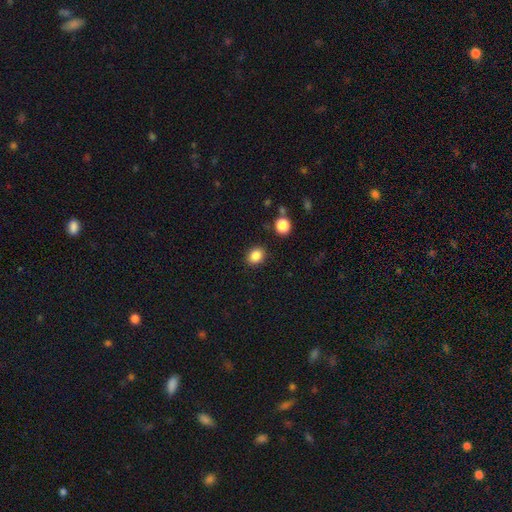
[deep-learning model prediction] Overall: smooth (85%). How rounded: round (53%; in between 46%). Merging: none (88%).